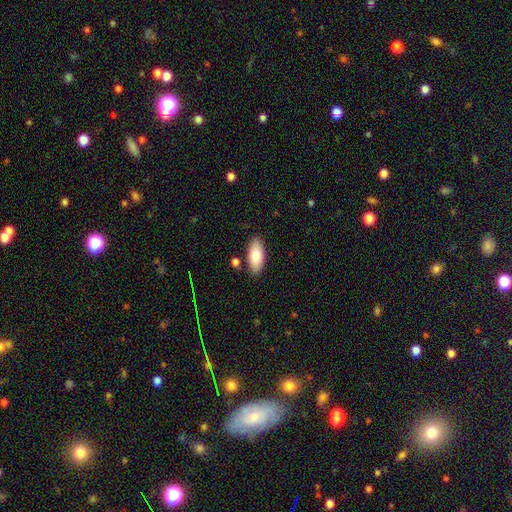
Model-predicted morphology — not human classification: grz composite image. It shows a smooth galaxy with no disk features (77%) that is in between round and cigar-shaped (89%). Merging: none (85%).